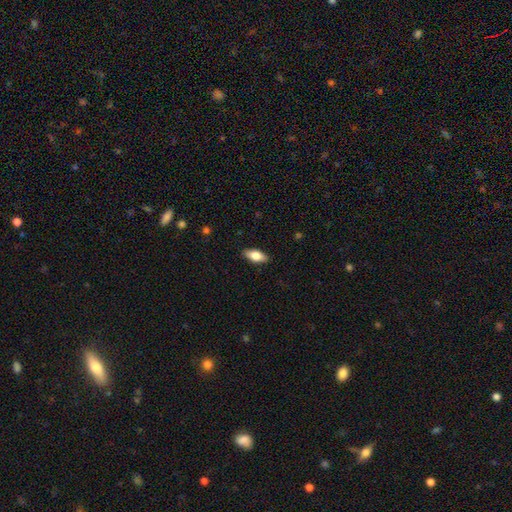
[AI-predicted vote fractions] A smooth galaxy with no disk features (75%) that is in between round and cigar-shaped (85%). Merging: none (88%).